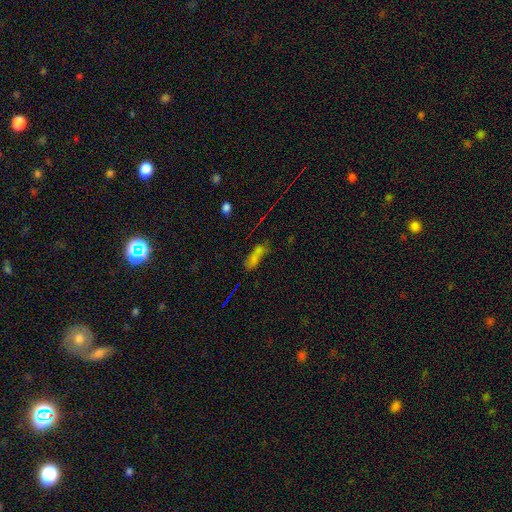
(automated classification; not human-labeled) Smooth or featured? Predicted: smooth (p=0.59). How rounded? Predicted: in between (p=0.63). Merging? Predicted: merger (p=0.40).